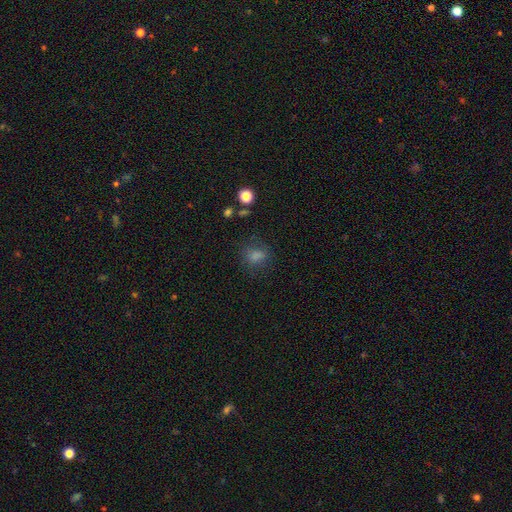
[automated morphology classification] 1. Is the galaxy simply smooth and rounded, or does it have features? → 68% smooth, 22% star or artifact, 10% featured or disk.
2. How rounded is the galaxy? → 52% in between, 46% round, 3% cigar-shaped.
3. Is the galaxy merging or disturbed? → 73% none, 16% minor disturbance, 9% major disturbance, 3% merger.